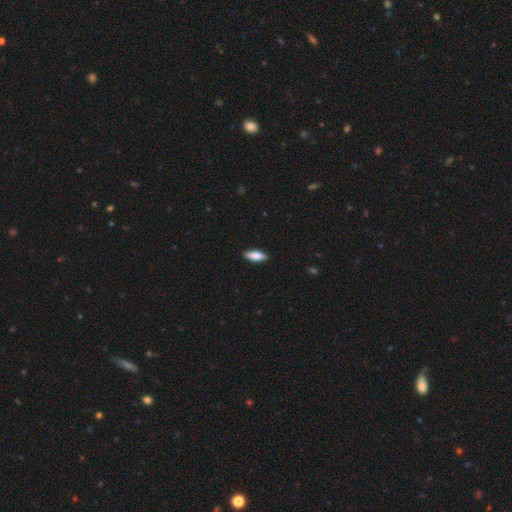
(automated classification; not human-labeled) Q: Smooth or featured?
A: smooth (81%); runner-up: featured or disk (13%)
Q: How rounded?
A: in between (70%); runner-up: cigar-shaped (28%)
Q: Merging?
A: none (89%); runner-up: minor disturbance (9%)